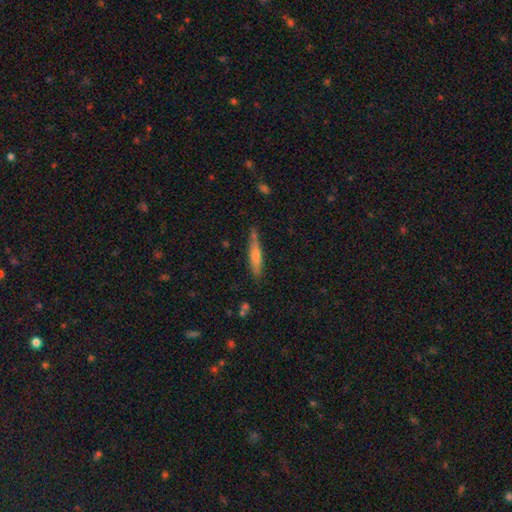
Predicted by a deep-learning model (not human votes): Q: Smooth or featured?
A: smooth (57%); runner-up: featured or disk (36%)
Q: How rounded?
A: cigar-shaped (87%); runner-up: in between (11%)
Q: Merging?
A: none (77%); runner-up: minor disturbance (17%)